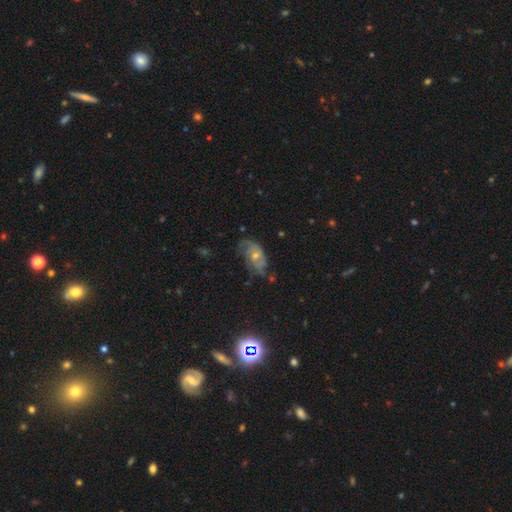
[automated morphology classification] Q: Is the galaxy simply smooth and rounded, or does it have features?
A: featured or disk — 57%.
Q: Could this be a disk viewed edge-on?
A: no — 94%.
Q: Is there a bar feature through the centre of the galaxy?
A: no — 73%.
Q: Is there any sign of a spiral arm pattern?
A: yes — 73%.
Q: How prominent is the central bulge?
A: small — 50%.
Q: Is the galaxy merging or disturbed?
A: none — 43%.